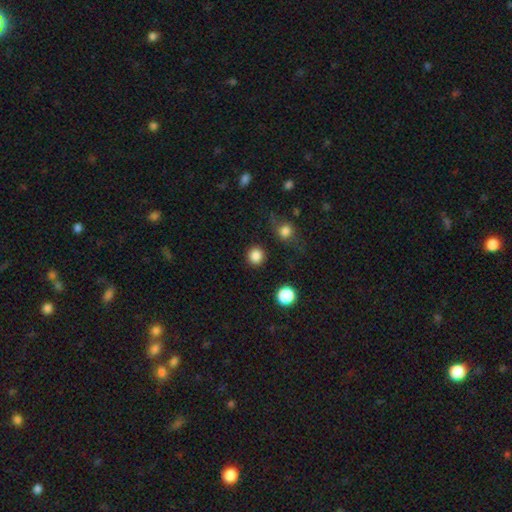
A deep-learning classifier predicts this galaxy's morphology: This appears to be a smooth galaxy with no disk features (85%) that is round (93%). Merging: none (89%).